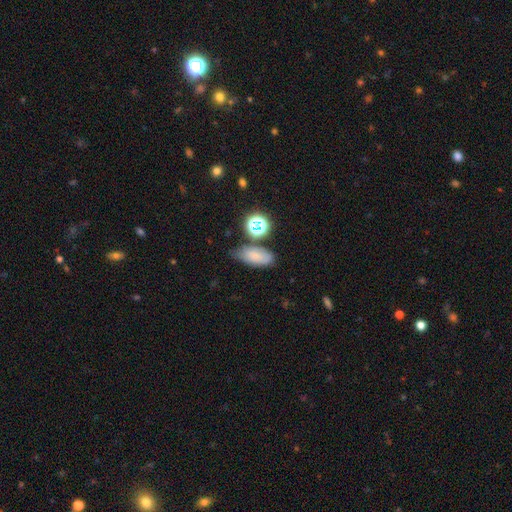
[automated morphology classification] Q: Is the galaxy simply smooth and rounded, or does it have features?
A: smooth — 66%.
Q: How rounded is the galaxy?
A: in between — 79%.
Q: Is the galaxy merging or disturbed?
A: none — 57%.